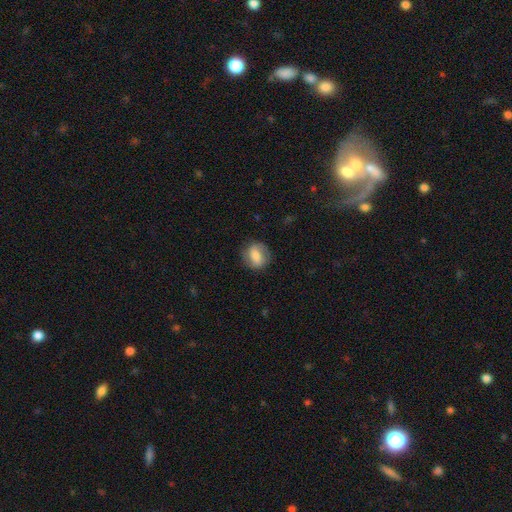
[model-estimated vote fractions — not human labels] Smooth or featured? smooth (64%)
How rounded? round (57%)
Merging? none (80%)